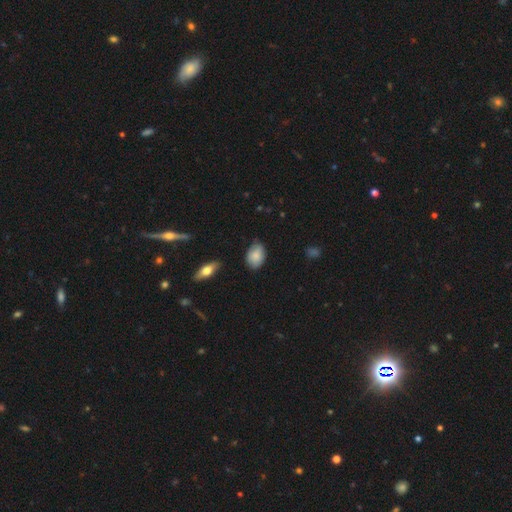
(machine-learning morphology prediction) Smooth or featured: smooth — 83% (featured or disk — 10%)
How rounded: in between — 85% (round — 14%)
Merging: none — 70% (minor disturbance — 25%)